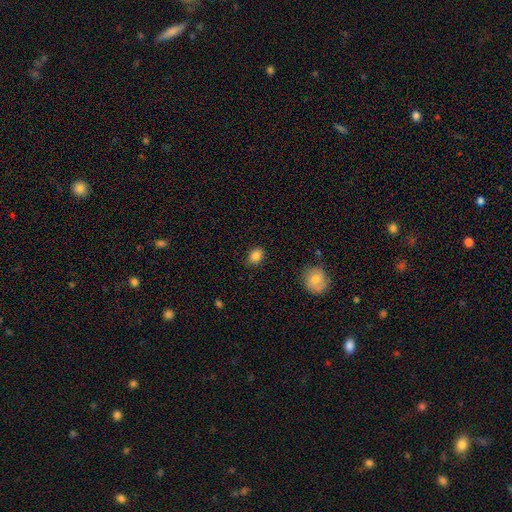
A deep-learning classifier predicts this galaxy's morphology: Q: Smooth or featured?
A: smooth (86%); runner-up: star or artifact (10%)
Q: How rounded?
A: in between (63%); runner-up: round (36%)
Q: Merging?
A: none (86%); runner-up: minor disturbance (10%)